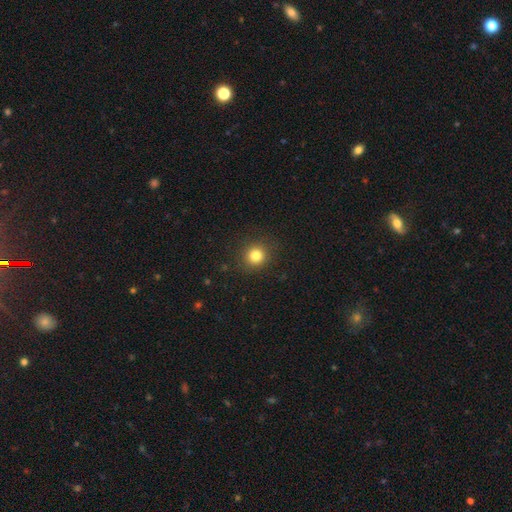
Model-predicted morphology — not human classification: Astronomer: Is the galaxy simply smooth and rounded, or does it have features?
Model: smooth — 81%.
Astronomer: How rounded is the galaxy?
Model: round — 91%.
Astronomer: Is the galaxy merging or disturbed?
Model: none — 89%.